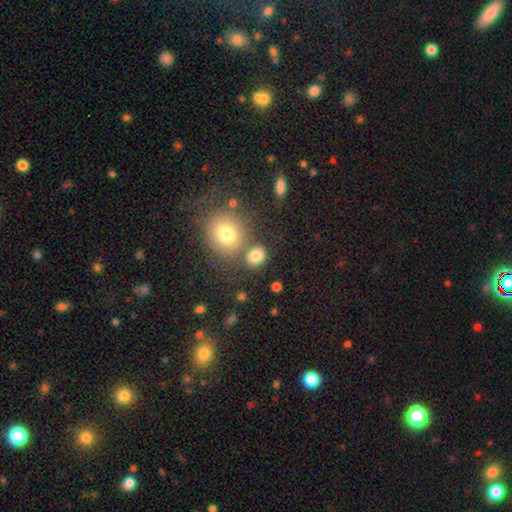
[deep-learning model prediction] Morphology: type=smooth (80%); roundness=round (68%); merging=none (69%).